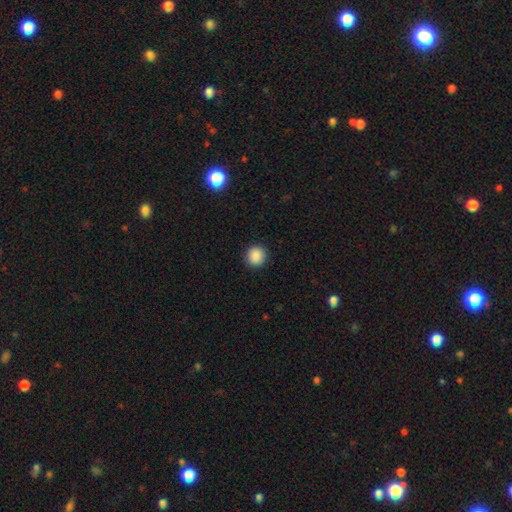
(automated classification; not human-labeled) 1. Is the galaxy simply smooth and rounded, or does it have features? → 89% smooth, 9% star or artifact, 3% featured or disk.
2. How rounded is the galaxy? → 93% round, 6% in between, 1% cigar-shaped.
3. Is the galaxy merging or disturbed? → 92% none, 5% minor disturbance, 2% major disturbance, 1% merger.